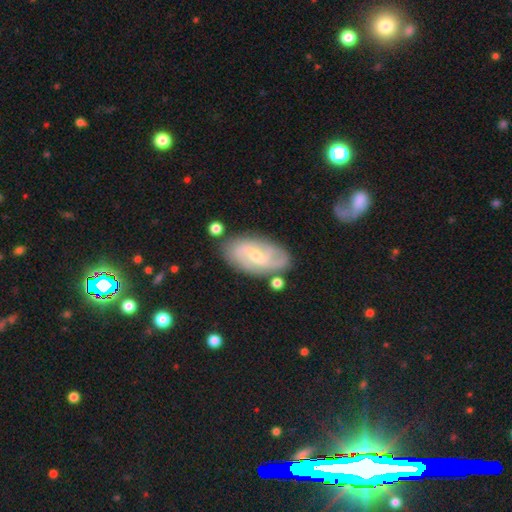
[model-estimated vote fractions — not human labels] Smooth or featured? featured or disk (79%)
Edge-on disk? no (95%)
Bar? weak (46%)
Spiral arms? yes (94%)
Spiral winding? medium (42%)
Spiral arm count? 2 (44%)
Bulge size? small (58%)
Merging? none (75%)